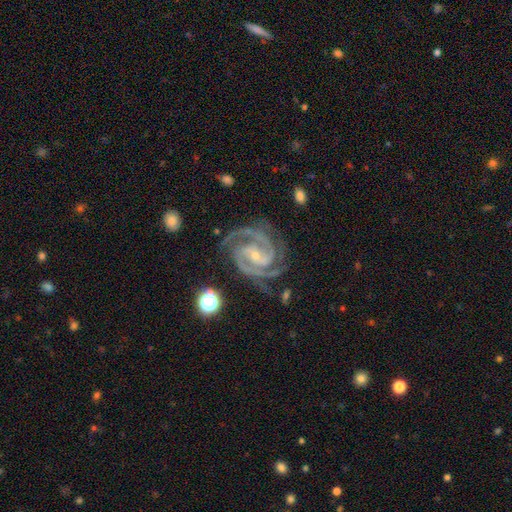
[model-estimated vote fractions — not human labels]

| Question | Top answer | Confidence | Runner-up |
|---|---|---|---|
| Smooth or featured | featured or disk | 94% | star or artifact (4%) |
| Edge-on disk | no | 98% | yes (2%) |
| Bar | weak | 38% | no (33%) |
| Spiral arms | yes | 99% | no (1%) |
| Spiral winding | tight | 62% | medium (35%) |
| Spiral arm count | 2 | 63% | 3 (23%) |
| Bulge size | small | 75% | moderate (21%) |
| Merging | none | 77% | minor disturbance (16%) |